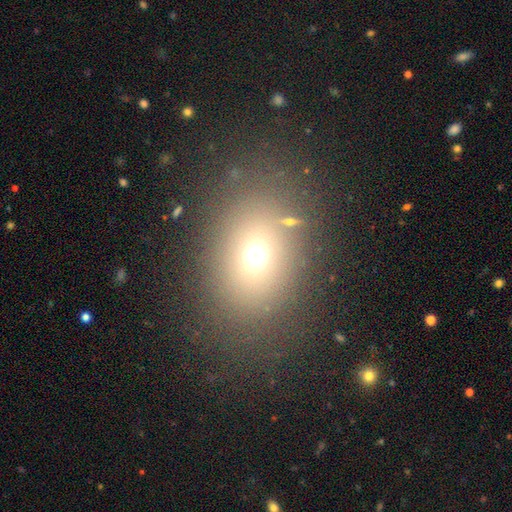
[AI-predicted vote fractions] smooth-or-featured: smooth: 67% | star or artifact: 20% | featured or disk: 13%
  how-rounded: in between: 62% | round: 37% | cigar-shaped: 1%
  merging: none: 81% | minor disturbance: 10% | major disturbance: 6% | merger: 3%